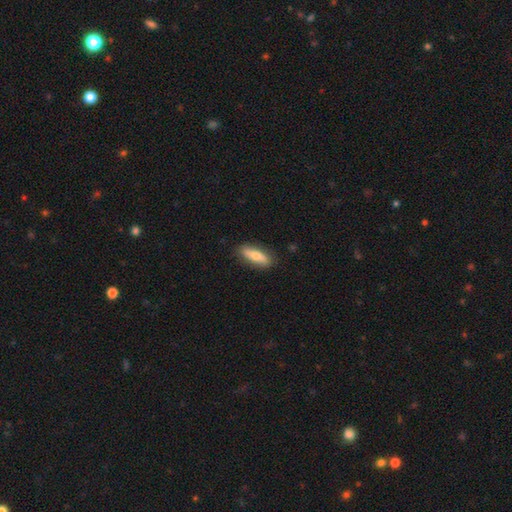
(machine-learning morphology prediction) Smooth or featured?
  - smooth: 70% *
  - featured or disk: 25%
  - star or artifact: 6%
How rounded?
  - in between: 54% *
  - cigar-shaped: 43%
  - round: 3%
Merging?
  - none: 84% *
  - minor disturbance: 13%
  - major disturbance: 2%
  - merger: 1%